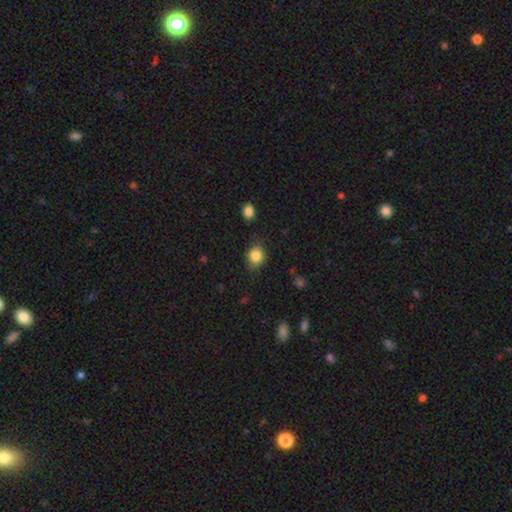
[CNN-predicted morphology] Q: Smooth or featured?
A: smooth (84%); runner-up: star or artifact (10%)
Q: How rounded?
A: round (69%); runner-up: in between (30%)
Q: Merging?
A: none (78%); runner-up: minor disturbance (17%)